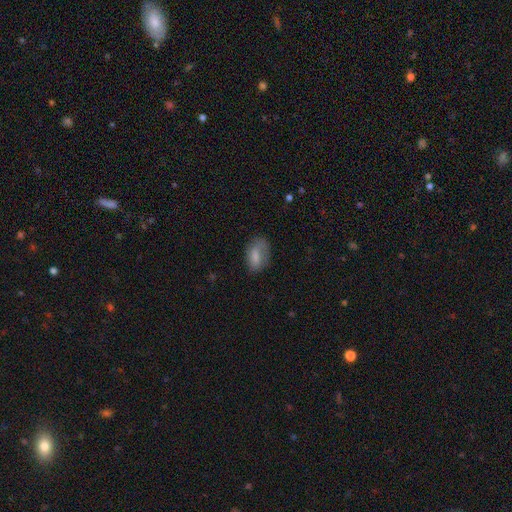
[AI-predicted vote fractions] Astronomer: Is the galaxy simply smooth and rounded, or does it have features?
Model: smooth — 75%.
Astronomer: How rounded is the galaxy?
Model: in between — 89%.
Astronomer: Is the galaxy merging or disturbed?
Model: none — 57%.